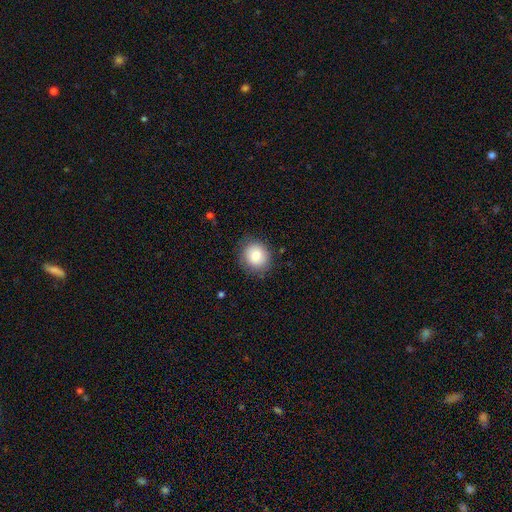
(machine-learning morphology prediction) smooth_or_featured: smooth (p=0.82) [alt: featured or disk p=0.10]
how_rounded: round (p=0.83) [alt: in between p=0.16]
merging: none (p=0.84) [alt: minor disturbance p=0.12]